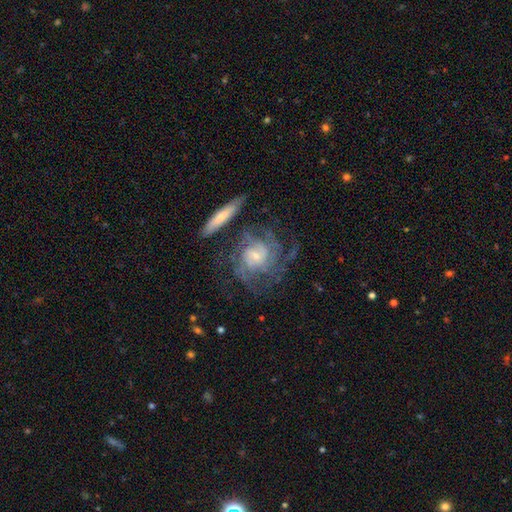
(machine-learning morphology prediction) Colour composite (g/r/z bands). It shows a featured or disk galaxy (84%) with no bar (60%), tight (58%) spiral arms (94%) and a small central bulge (67%). Merging: none (58%).